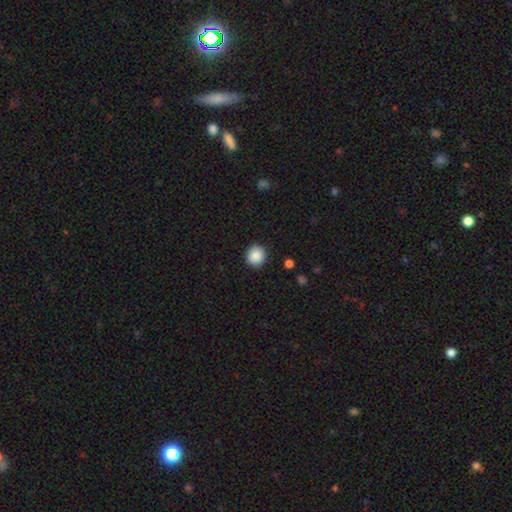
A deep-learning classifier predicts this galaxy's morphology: Q: Smooth or featured?
A: smooth (88%); runner-up: star or artifact (8%)
Q: How rounded?
A: round (84%); runner-up: in between (15%)
Q: Merging?
A: none (90%); runner-up: minor disturbance (7%)